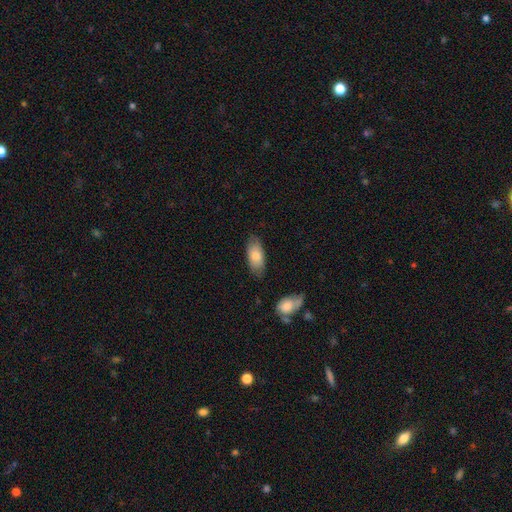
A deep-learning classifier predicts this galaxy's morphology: Smooth or featured: smooth — 79% (featured or disk — 15%)
How rounded: in between — 89% (cigar-shaped — 8%)
Merging: none — 77% (minor disturbance — 17%)